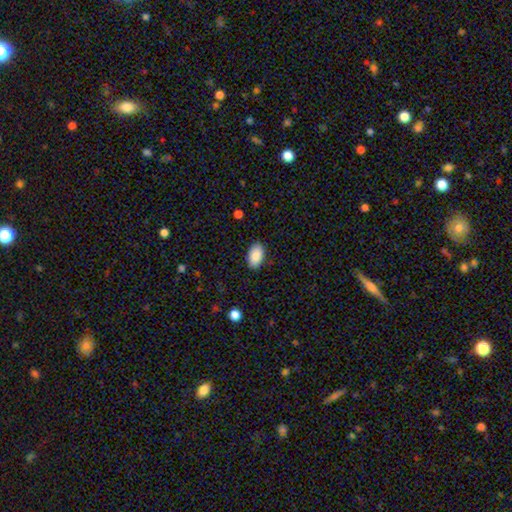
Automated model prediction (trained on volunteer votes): The model was most divided on "merging": none: 88%, minor disturbance: 9%, major disturbance: 2%, merger: 1%. More confident: how rounded — in between (94%); smooth or featured — smooth (89%).